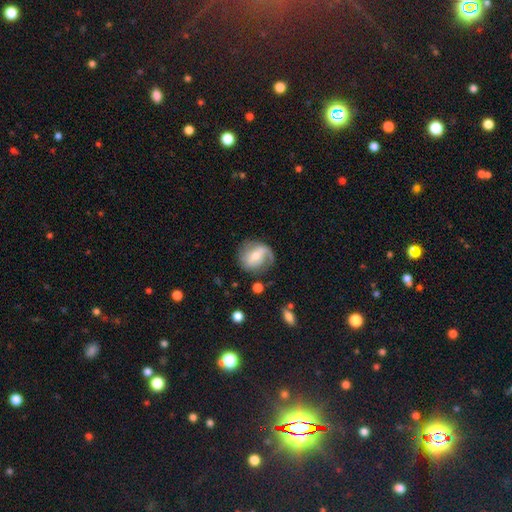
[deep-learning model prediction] This appears to be a featured or disk galaxy (65%) with a weak bar (43%), 2 (51%) medium (39%) spiral arms (83%) and a moderate central bulge (53%). Merging: none (61%).